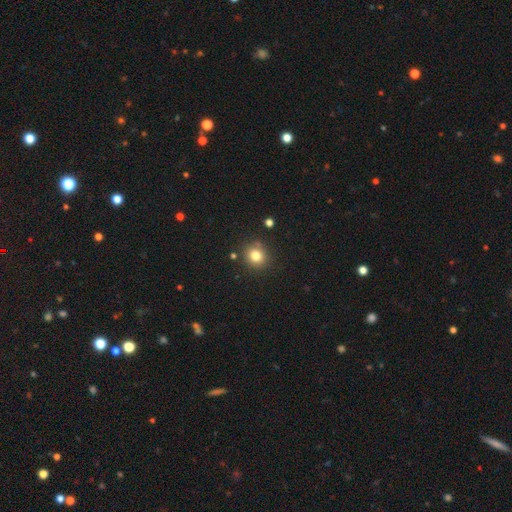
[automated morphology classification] A smooth galaxy with no disk features (80%) that is round (86%).

Vote fractions:
- Smooth or featured? smooth: 80% / star or artifact: 13% / featured or disk: 7%
- How rounded? round: 86% / in between: 13% / cigar-shaped: 1%
- Merging? none: 83% / minor disturbance: 10% / merger: 5% / major disturbance: 3%